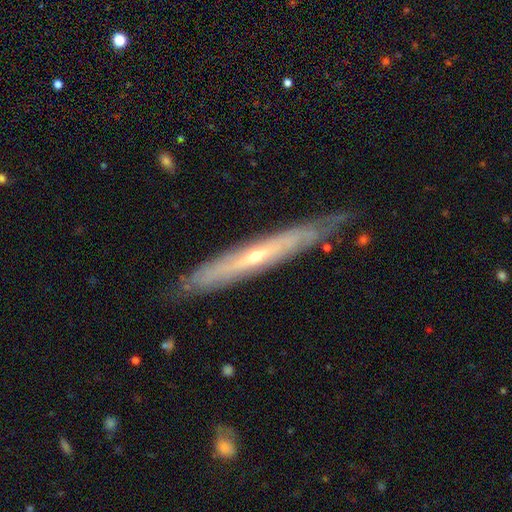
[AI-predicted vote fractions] Smooth or featured?
  - featured or disk: 74% *
  - smooth: 20%
  - star or artifact: 6%
Edge-on disk?
  - yes: 80% *
  - no: 20%
Edge-on bulge?
  - rounded: 66% *
  - none: 32%
  - boxy: 2%
Merging?
  - none: 80% *
  - minor disturbance: 16%
  - major disturbance: 3%
  - merger: 1%